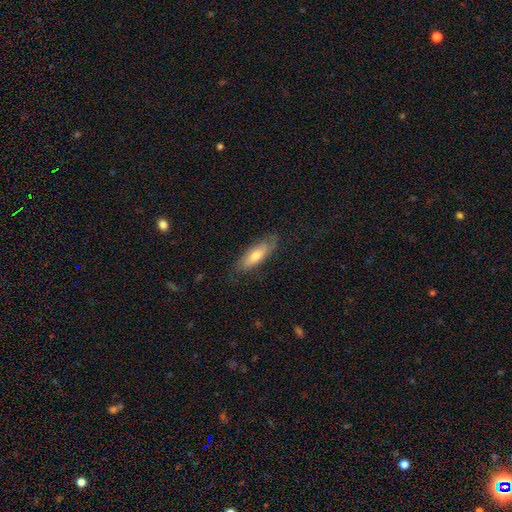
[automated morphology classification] type=smooth (62%); roundness=in between (61%); merging=none (76%).